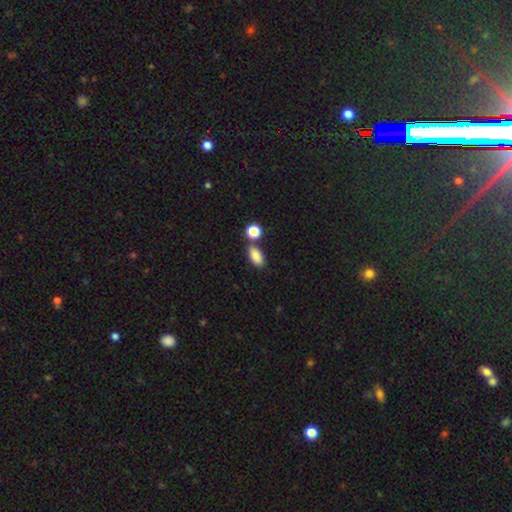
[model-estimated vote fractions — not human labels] Morphology: type=smooth (86%); roundness=in between (89%); merging=none (71%).